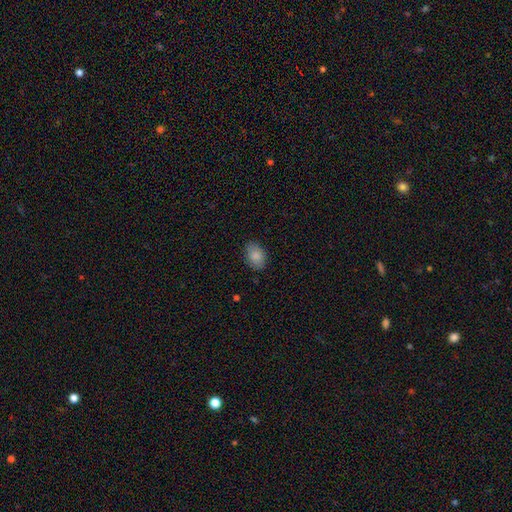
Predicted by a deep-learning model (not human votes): This appears to be a smooth galaxy with no disk features (86%) that is in between round and cigar-shaped (84%). Merging: none (83%).